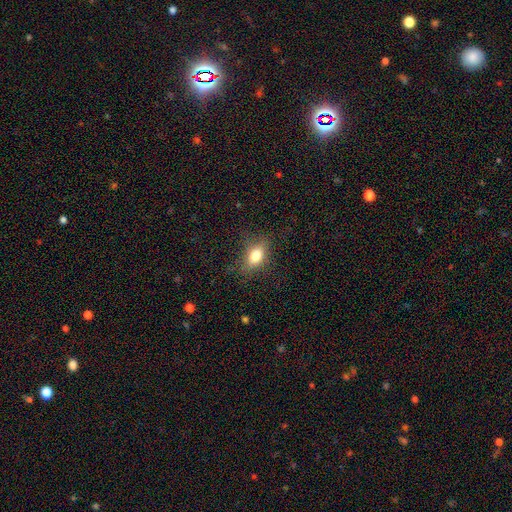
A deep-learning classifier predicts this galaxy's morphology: This is likely a smooth galaxy (73%). How rounded: likely in between (76%). Merging: likely none (76%).